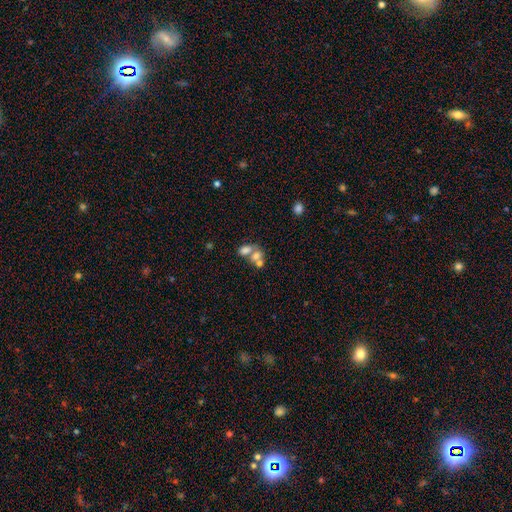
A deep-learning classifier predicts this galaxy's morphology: Q: Smooth or featured?
A: smooth (65%); runner-up: featured or disk (23%)
Q: How rounded?
A: in between (72%); runner-up: round (27%)
Q: Merging?
A: merger (64%); runner-up: none (22%)